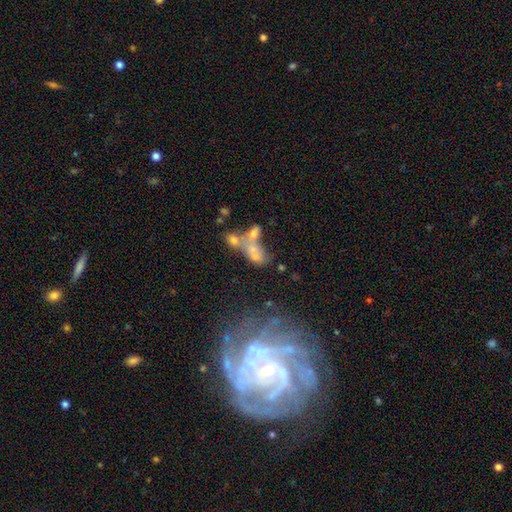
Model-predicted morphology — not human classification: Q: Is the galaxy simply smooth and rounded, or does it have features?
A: smooth — 49%.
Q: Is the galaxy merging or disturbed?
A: merger — 60%.